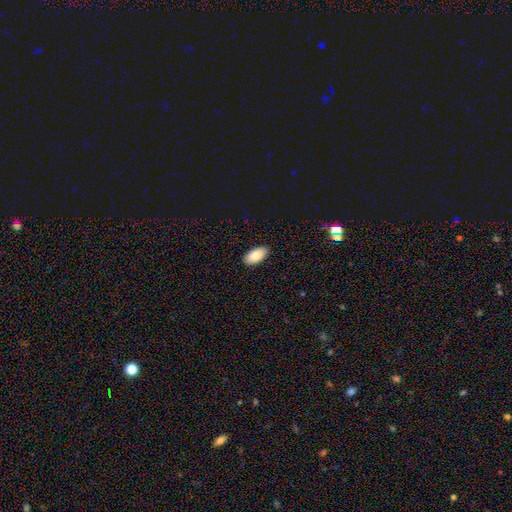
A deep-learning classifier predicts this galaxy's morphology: Overall: smooth (85%). How rounded: in between (94%). Merging: none (90%).